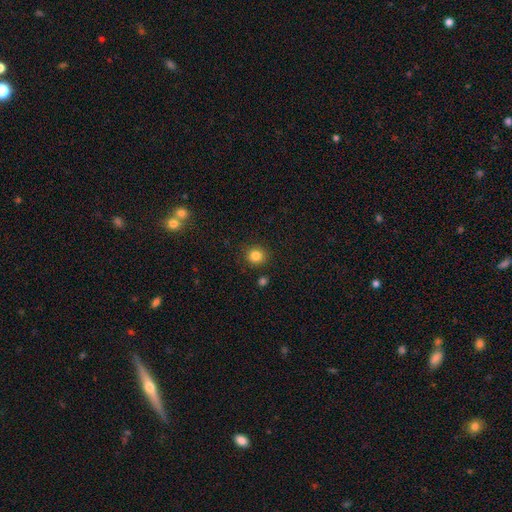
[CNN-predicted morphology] Overall: smooth (84%). How rounded: round (89%). Merging: none (88%).